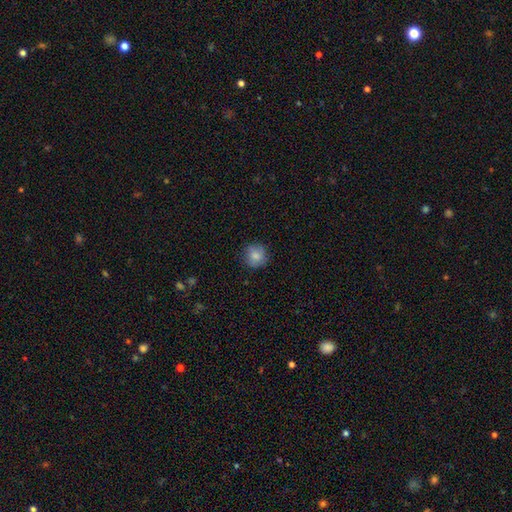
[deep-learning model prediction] Overall: smooth (82%). How rounded: round (91%). Merging: none (85%).